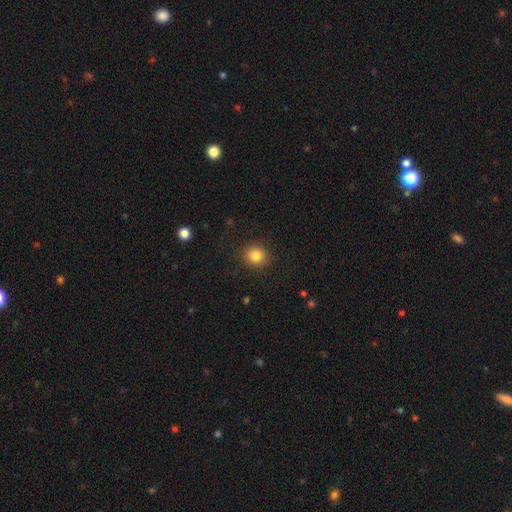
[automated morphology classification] A smooth galaxy with no disk features (83%) that is round (83%).

Vote fractions:
- Smooth or featured? smooth: 83% / star or artifact: 11% / featured or disk: 6%
- How rounded? round: 83% / in between: 16% / cigar-shaped: 1%
- Merging? none: 90% / minor disturbance: 7% / major disturbance: 2% / merger: 1%